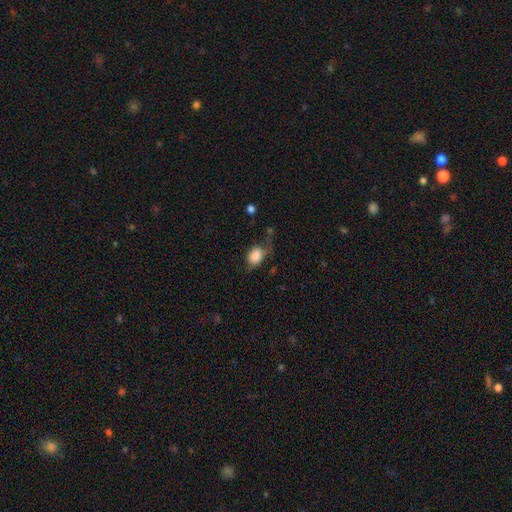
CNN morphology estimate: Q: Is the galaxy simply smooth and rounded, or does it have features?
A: smooth — 78%.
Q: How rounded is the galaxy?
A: in between — 64%.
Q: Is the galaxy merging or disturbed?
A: none — 38%.